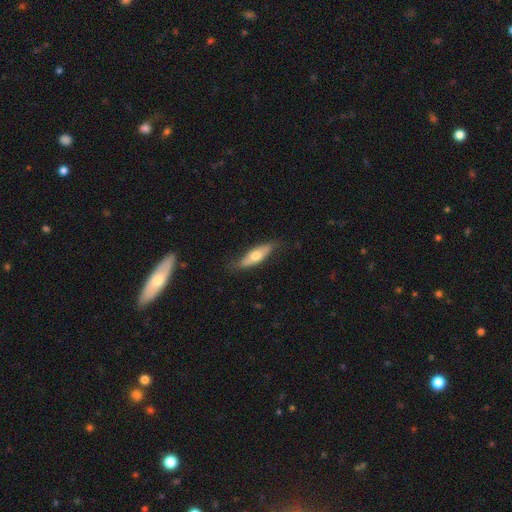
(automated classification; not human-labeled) Smooth or featured?
  - smooth: 58% *
  - featured or disk: 36%
  - star or artifact: 6%
How rounded?
  - in between: 53% *
  - cigar-shaped: 45%
  - round: 2%
Merging?
  - none: 75% *
  - minor disturbance: 20%
  - major disturbance: 4%
  - merger: 1%